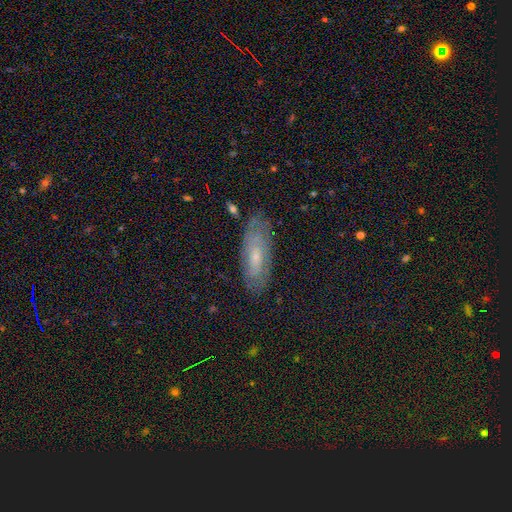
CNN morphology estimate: smooth_or_featured: featured or disk (p=0.38) [alt: star or artifact p=0.31]
merging: none (p=0.83) [alt: minor disturbance p=0.12]